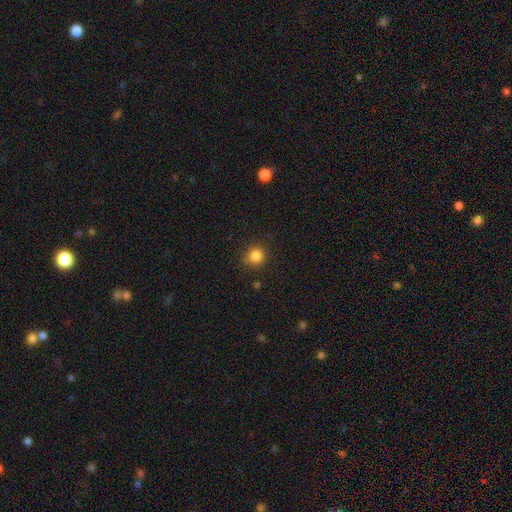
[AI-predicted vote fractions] Smooth or featured? smooth (84%)
How rounded? round (90%)
Merging? none (86%)